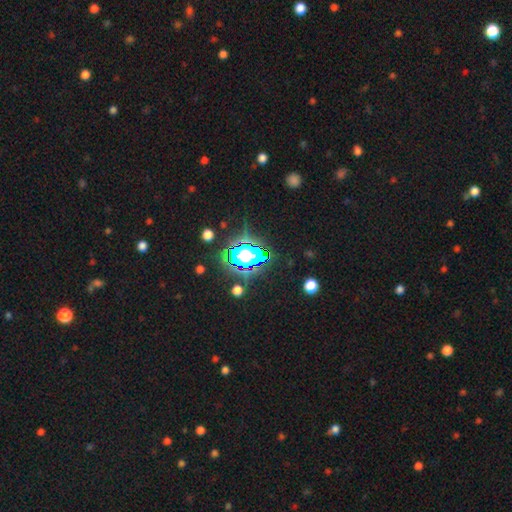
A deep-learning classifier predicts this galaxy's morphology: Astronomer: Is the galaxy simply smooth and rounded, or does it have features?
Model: star or artifact — 68%.